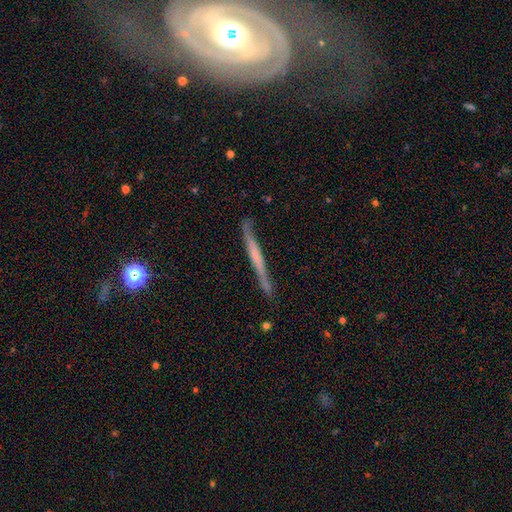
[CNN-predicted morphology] This appears to be a featured or disk galaxy (58%) viewed edge-on (95%) with no central bulge (68%). Merging: none (79%).